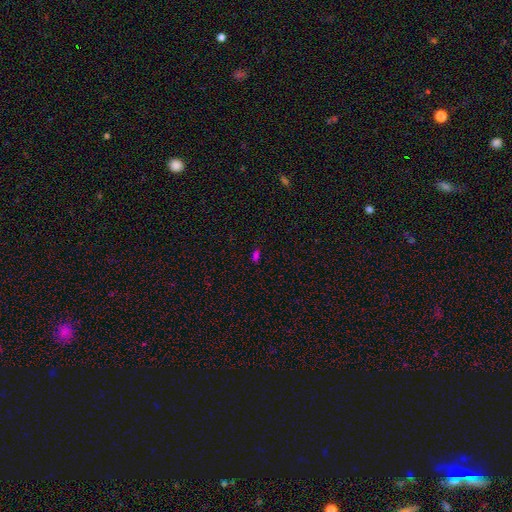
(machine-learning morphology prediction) Smooth or featured?
  - smooth: 66% *
  - star or artifact: 28%
  - featured or disk: 5%
How rounded?
  - in between: 85% *
  - round: 8%
  - cigar-shaped: 7%
Merging?
  - none: 79% *
  - minor disturbance: 13%
  - major disturbance: 4%
  - merger: 4%